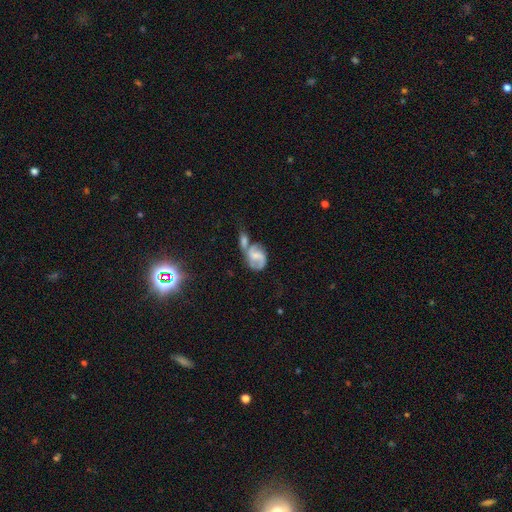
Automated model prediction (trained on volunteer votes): Smooth or featured? featured or disk (71%)
Edge-on disk? no (97%)
Bar? weak (44%)
Spiral arms? yes (89%)
Spiral winding? medium (49%)
Spiral arm count? 2 (83%)
Bulge size? small (40%)
Merging? merger (53%)